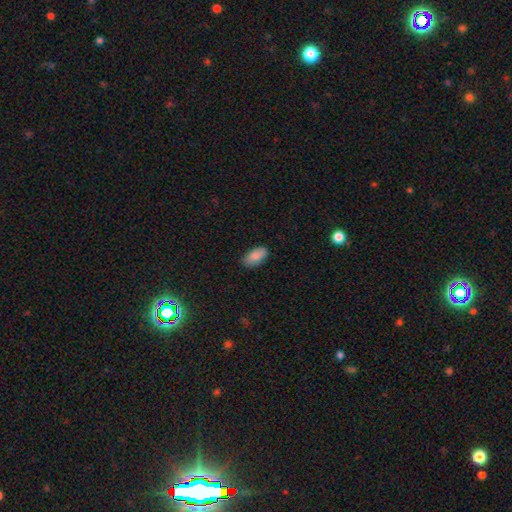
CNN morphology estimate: This is clearly a smooth galaxy (87%). How rounded: clearly in between (93%). Merging: clearly none (85%).